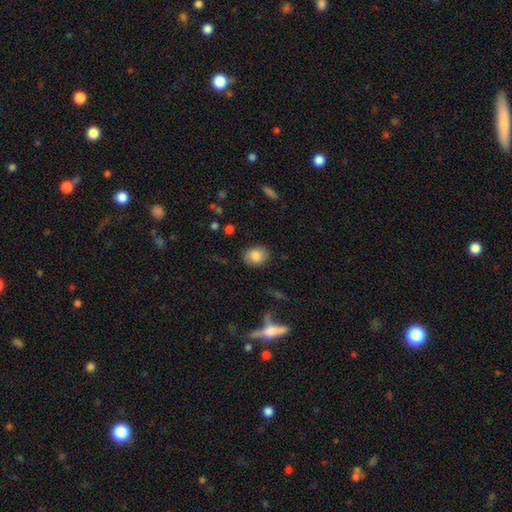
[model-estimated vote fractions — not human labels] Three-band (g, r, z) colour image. It shows a smooth galaxy with no disk features (83%) that is round (50%). Merging: none (83%).